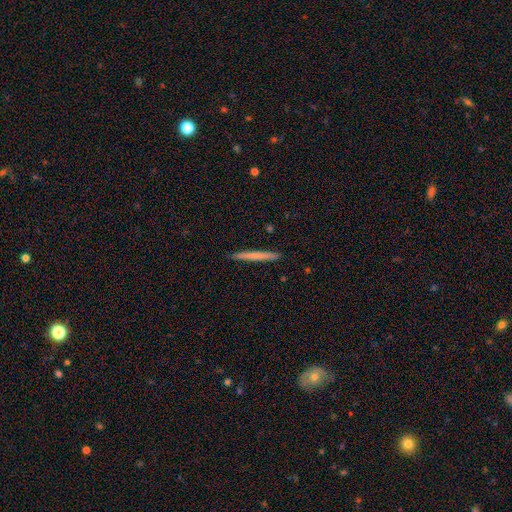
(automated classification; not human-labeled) This appears to be a smooth galaxy with no disk features (64%) that is cigar-shaped (97%). Merging: none (91%).